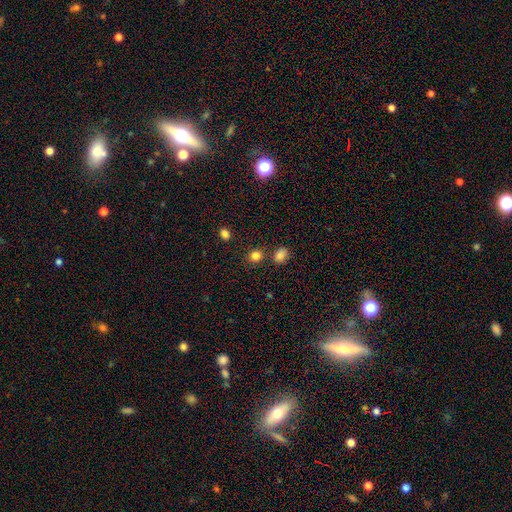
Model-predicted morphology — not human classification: Smooth or featured: smooth — 83% (star or artifact — 12%)
How rounded: round — 74% (in between — 25%)
Merging: none — 76% (merger — 12%)